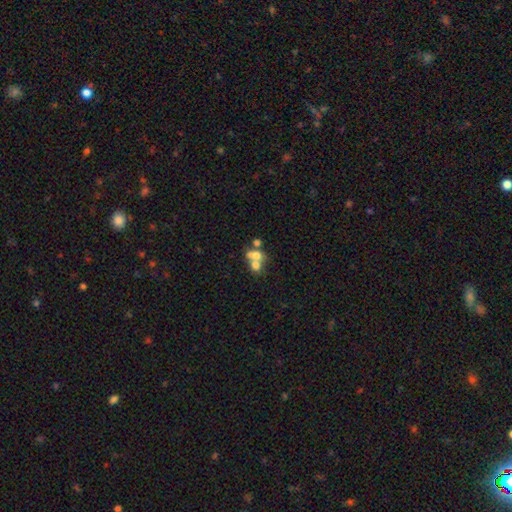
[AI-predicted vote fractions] Smooth or featured?
  - smooth: 60% *
  - featured or disk: 26%
  - star or artifact: 14%
How rounded?
  - round: 57% *
  - in between: 41%
  - cigar-shaped: 2%
Merging?
  - merger: 65% *
  - none: 23%
  - minor disturbance: 6%
  - major disturbance: 6%